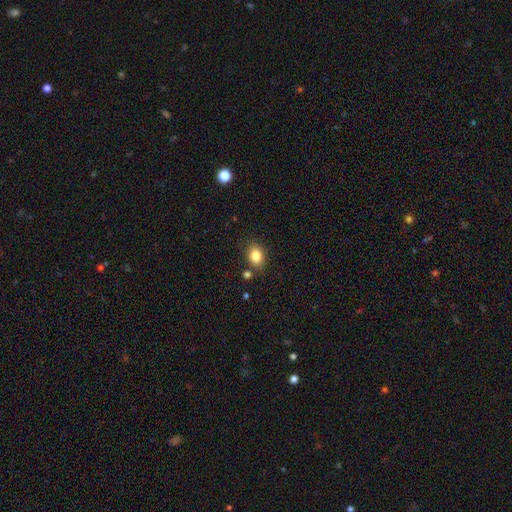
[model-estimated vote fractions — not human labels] This appears to be a smooth galaxy with no disk features (83%) that is in between round and cigar-shaped (74%). Merging: none (80%).